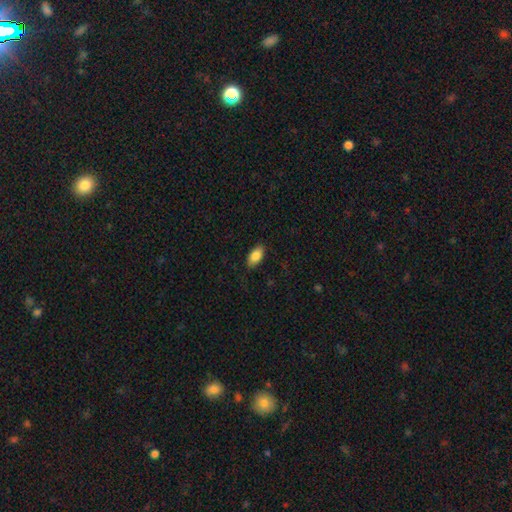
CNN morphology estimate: The model was most divided on "merging": none: 85%, minor disturbance: 11%, major disturbance: 3%, merger: 1%. More confident: how rounded — in between (93%); smooth or featured — smooth (86%).